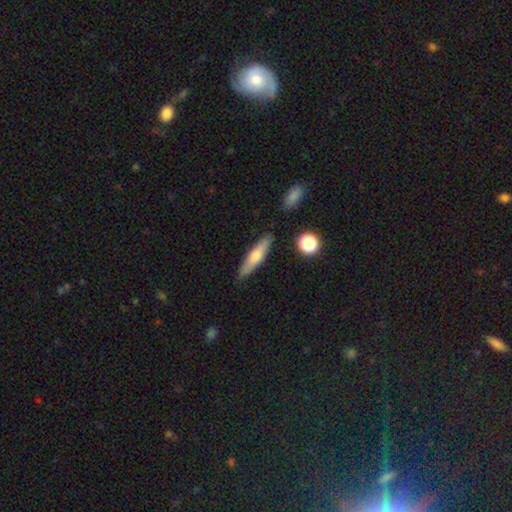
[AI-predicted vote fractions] Smooth or featured: smooth — 56% (featured or disk — 37%)
How rounded: cigar-shaped — 78% (in between — 20%)
Merging: none — 86% (minor disturbance — 10%)